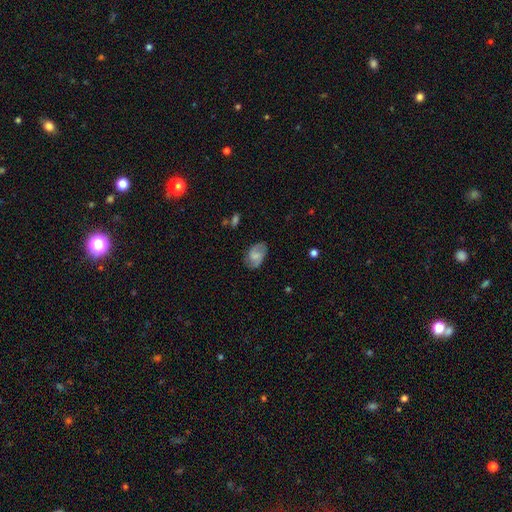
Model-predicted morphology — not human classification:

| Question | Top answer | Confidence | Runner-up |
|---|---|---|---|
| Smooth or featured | featured or disk | 51% | smooth (41%) |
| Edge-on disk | no | 96% | yes (4%) |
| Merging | none | 75% | minor disturbance (19%) |